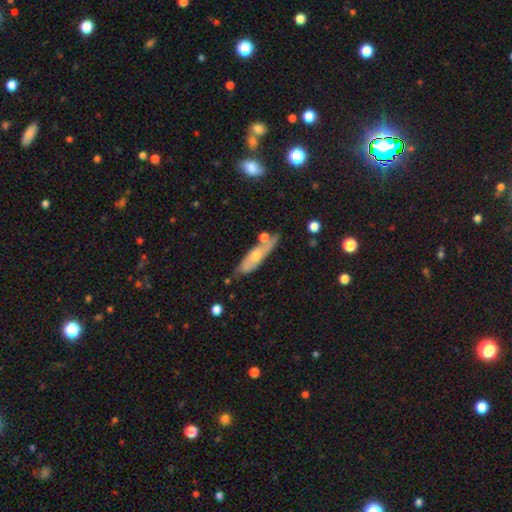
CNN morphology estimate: featured or disk 55%, smooth 38%, star or artifact 7%. Down the decision tree: edge-on disk — yes (52%); merging — none (62%).